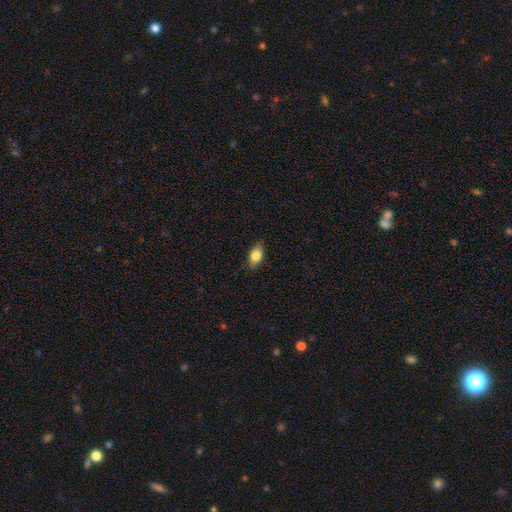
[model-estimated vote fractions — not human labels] Q: Smooth or featured?
A: smooth (78%); runner-up: featured or disk (14%)
Q: How rounded?
A: in between (85%); runner-up: round (9%)
Q: Merging?
A: none (83%); runner-up: minor disturbance (14%)